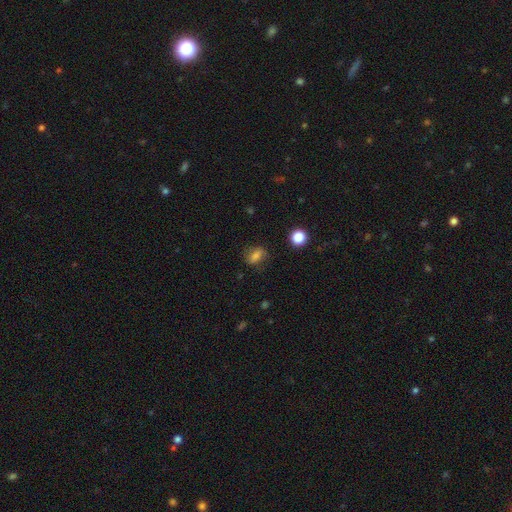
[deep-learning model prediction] Overall: smooth (69%). How rounded: in between (67%). Merging: none (77%).